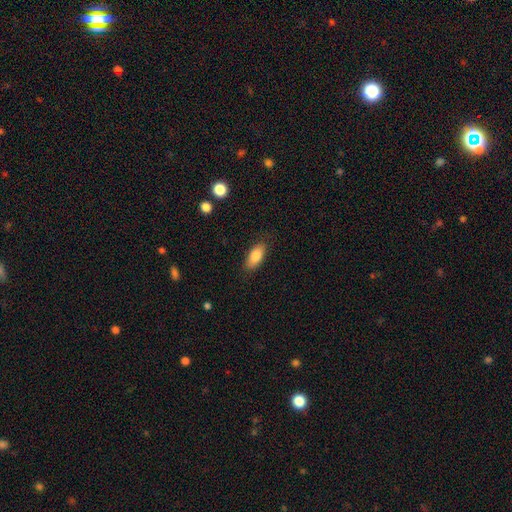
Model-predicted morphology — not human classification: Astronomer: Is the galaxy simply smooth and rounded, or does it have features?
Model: smooth — 83%.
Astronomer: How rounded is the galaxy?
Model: in between — 85%.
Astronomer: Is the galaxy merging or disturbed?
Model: none — 84%.